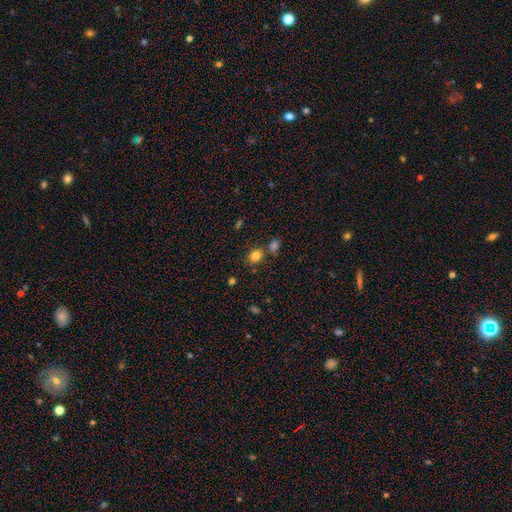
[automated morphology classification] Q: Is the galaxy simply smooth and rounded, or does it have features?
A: smooth — 81%.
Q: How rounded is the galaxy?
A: round — 60%.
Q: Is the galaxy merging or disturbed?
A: none — 72%.